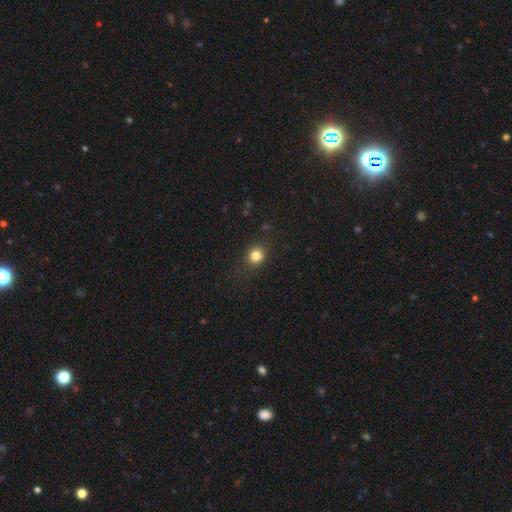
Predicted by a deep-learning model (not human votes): Smooth or featured? smooth (81%)
How rounded? round (78%)
Merging? none (83%)